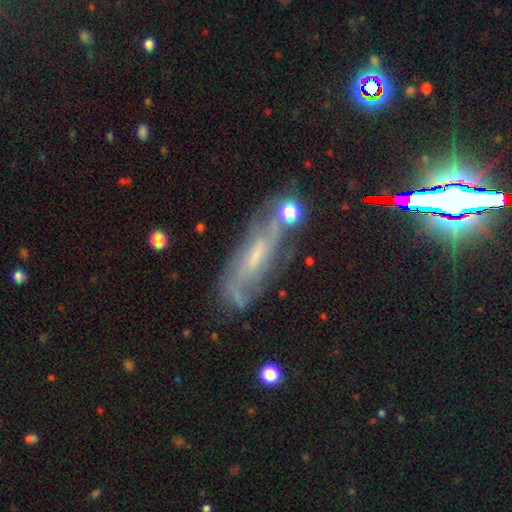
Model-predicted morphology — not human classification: This is likely a featured or disk galaxy (65%). It is likely not viewed edge-on (74%). Merging: likely none (63%).